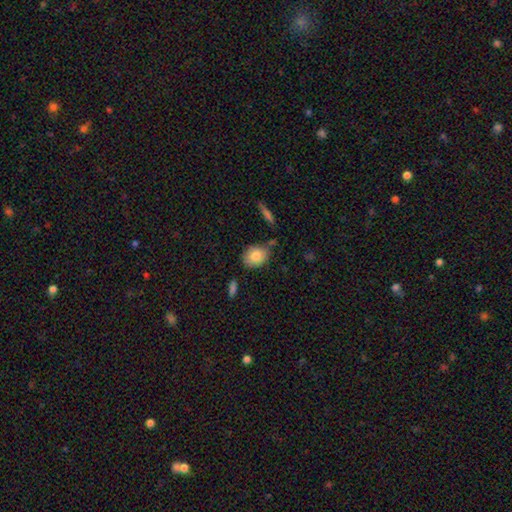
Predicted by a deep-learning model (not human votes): Smooth or featured: smooth — 83% (featured or disk — 10%)
How rounded: in between — 59% (round — 39%)
Merging: none — 73% (minor disturbance — 17%)